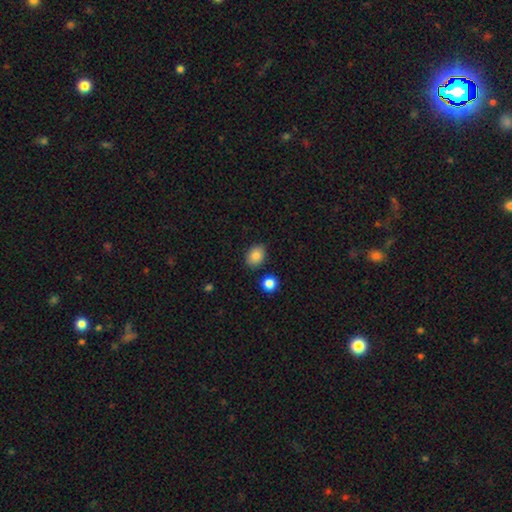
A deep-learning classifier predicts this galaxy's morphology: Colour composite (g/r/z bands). It shows a smooth galaxy with no disk features (84%) that is in between round and cigar-shaped (68%). Merging: none (85%).